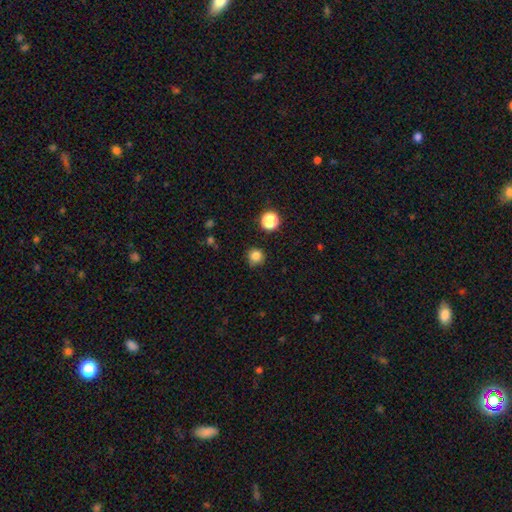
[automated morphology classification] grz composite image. It shows a smooth galaxy with no disk features (82%) that is round (94%). Merging: none (86%).